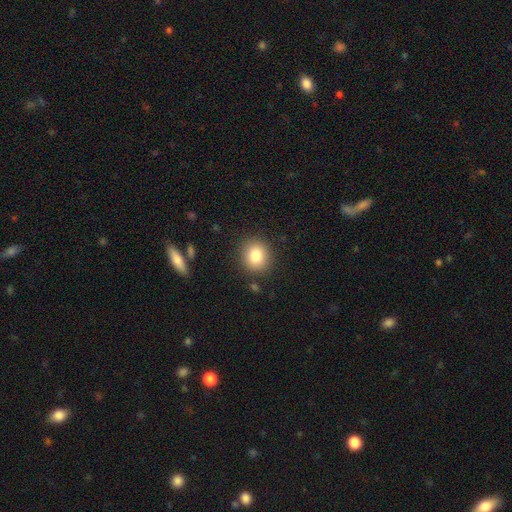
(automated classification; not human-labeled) This appears to be a smooth galaxy with no disk features (82%) that is round (81%). Merging: none (88%).